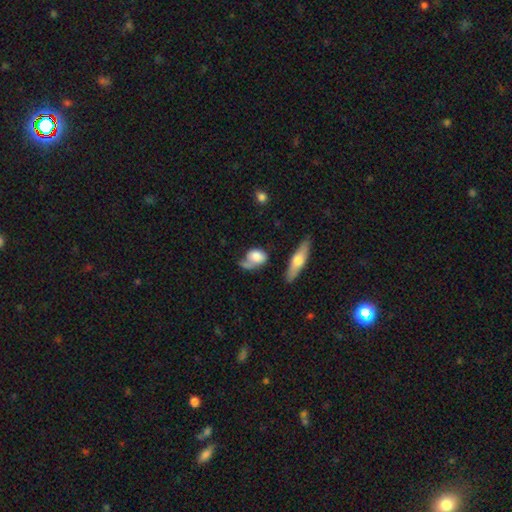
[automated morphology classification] The model was most divided on "merging": none: 33%, minor disturbance: 30%, major disturbance: 23%, merger: 13%. More confident: smooth or featured — smooth (71%); how rounded — in between (68%).